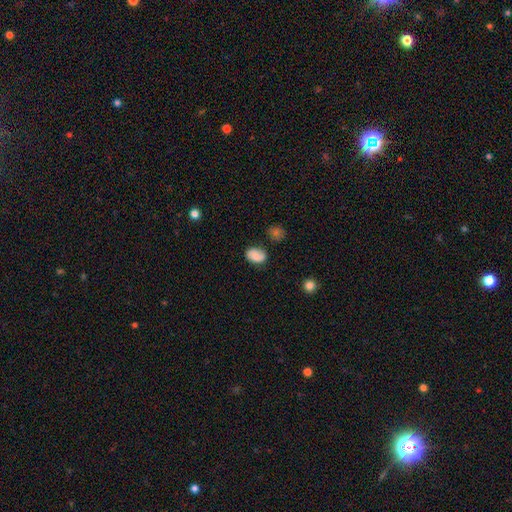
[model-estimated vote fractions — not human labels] A smooth galaxy with no disk features (79%) that is in between round and cigar-shaped (80%). Merging: none (69%).